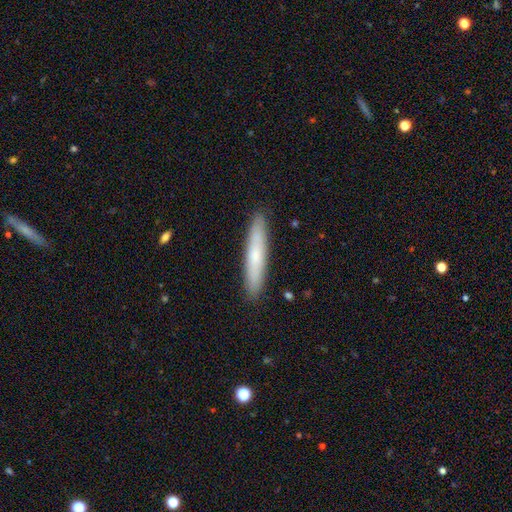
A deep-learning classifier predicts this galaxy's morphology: The model was most divided on "smooth or featured": smooth: 67%, featured or disk: 27%, star or artifact: 6%. More confident: how rounded — cigar-shaped (93%); merging — none (91%).